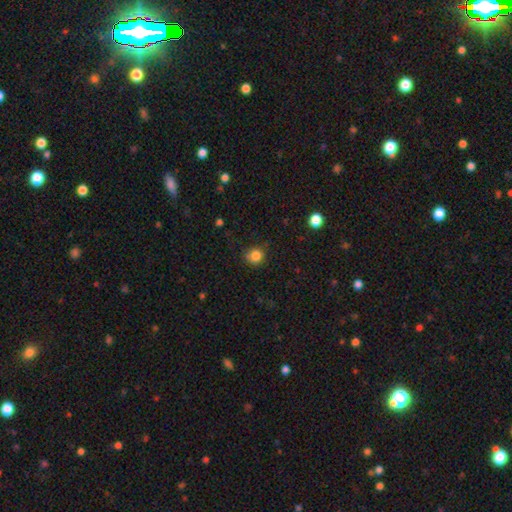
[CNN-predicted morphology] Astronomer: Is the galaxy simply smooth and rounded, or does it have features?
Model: smooth — 83%.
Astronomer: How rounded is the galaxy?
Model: round — 86%.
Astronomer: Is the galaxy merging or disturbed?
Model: none — 75%.